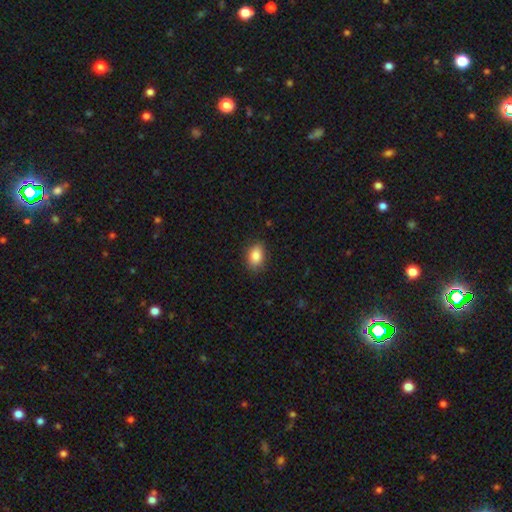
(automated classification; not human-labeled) Morphology: type=smooth (85%); roundness=in between (82%); merging=none (83%).